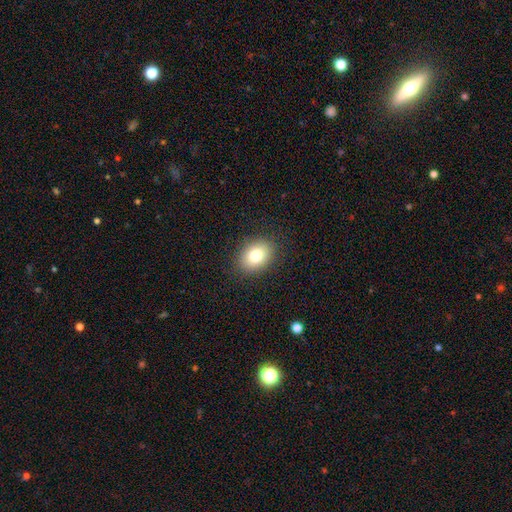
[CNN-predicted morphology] Smooth or featured: smooth — 80% (featured or disk — 10%)
How rounded: in between — 71% (round — 28%)
Merging: none — 88% (minor disturbance — 9%)